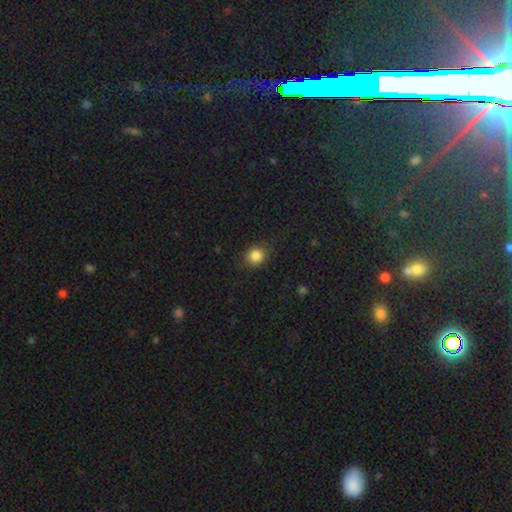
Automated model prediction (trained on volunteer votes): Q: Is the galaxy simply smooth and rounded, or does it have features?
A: smooth — 85%.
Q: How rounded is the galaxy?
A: round — 81%.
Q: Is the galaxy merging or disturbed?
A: none — 85%.